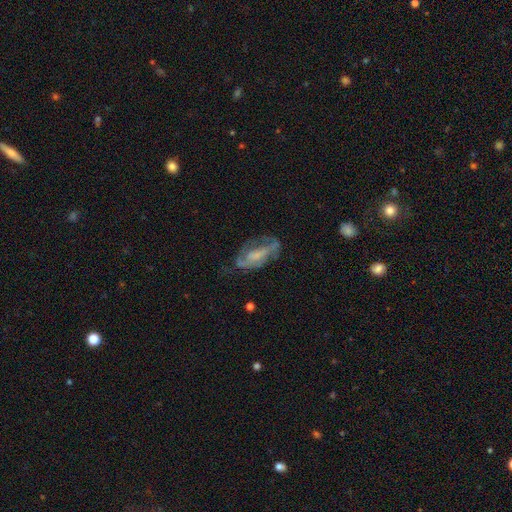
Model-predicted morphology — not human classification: Smooth or featured? Predicted: featured or disk (p=0.68). Edge-on disk? Predicted: no (p=0.91). Bar? Predicted: no (p=0.50). Spiral arms? Predicted: yes (p=0.72). Bulge size? Predicted: small (p=0.43). Merging? Predicted: none (p=0.49).